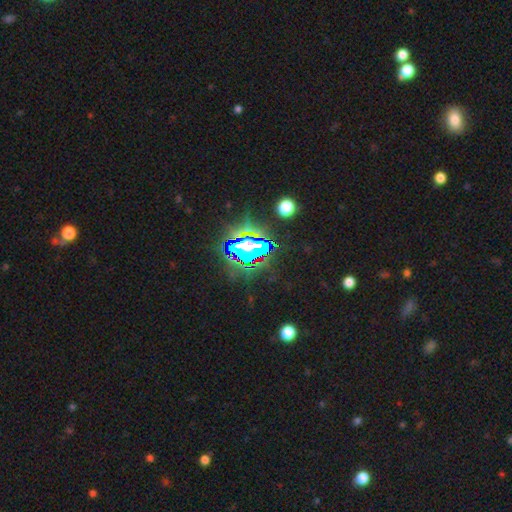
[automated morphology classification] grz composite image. It shows a star or artifact, not a galaxy (72%).